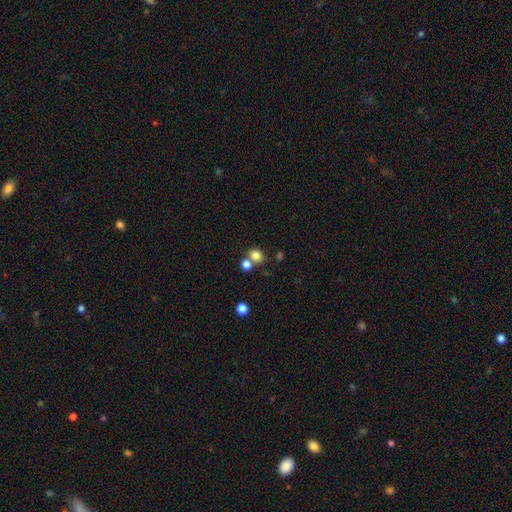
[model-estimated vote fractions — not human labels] A smooth galaxy with no disk features (80%) that is round (60%). Merging: none (55%).